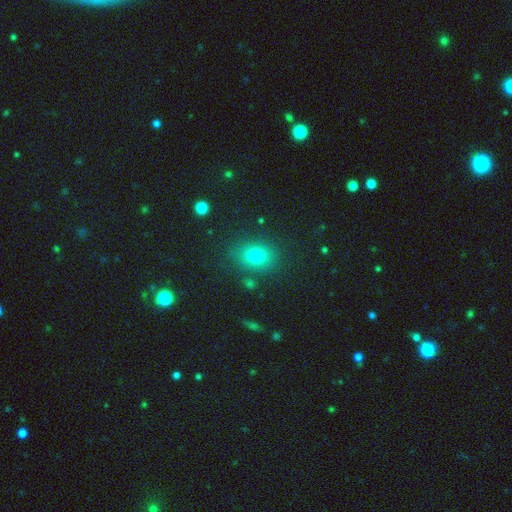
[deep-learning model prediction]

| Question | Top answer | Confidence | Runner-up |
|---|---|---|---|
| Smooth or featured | smooth | 76% | star or artifact (15%) |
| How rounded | in between | 57% | round (41%) |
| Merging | none | 82% | minor disturbance (11%) |